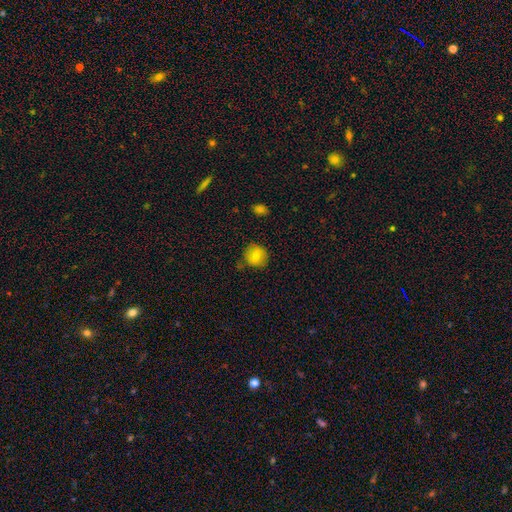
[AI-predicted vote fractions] The model was most divided on "smooth or featured": smooth: 75%, featured or disk: 16%, star or artifact: 9%. More confident: how rounded — round (82%); merging — none (78%).